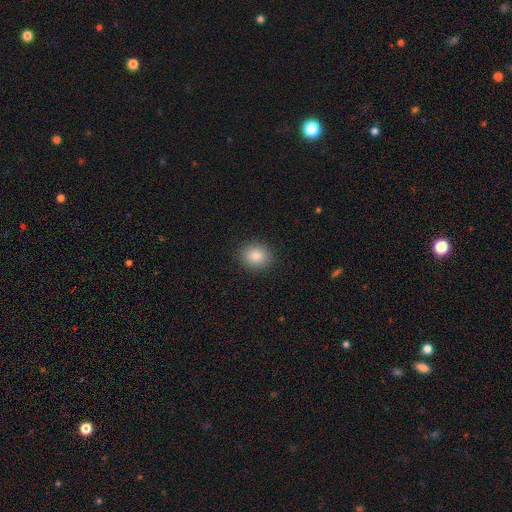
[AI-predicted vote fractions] A smooth galaxy with no disk features (85%) that is round (69%).

Vote fractions:
- Smooth or featured? smooth: 85% / star or artifact: 9% / featured or disk: 6%
- How rounded? round: 69% / in between: 30% / cigar-shaped: 1%
- Merging? none: 91% / minor disturbance: 6% / major disturbance: 2% / merger: 1%